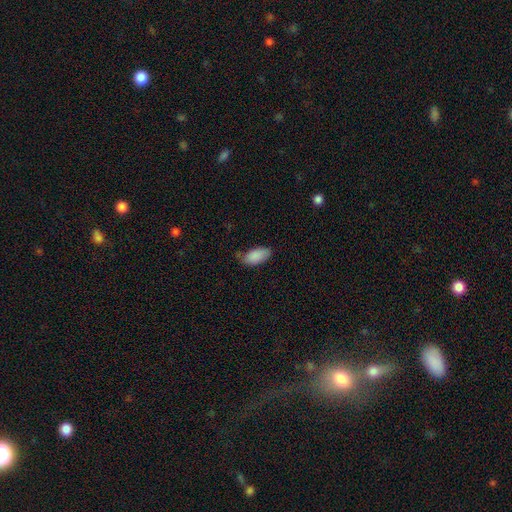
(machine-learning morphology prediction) Smooth or featured? smooth (88%)
How rounded? in between (94%)
Merging? none (64%)